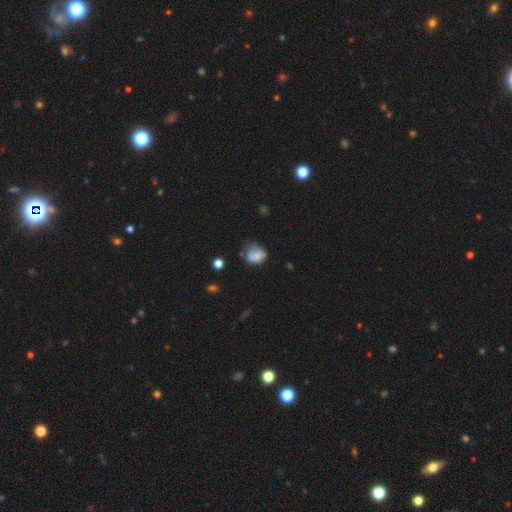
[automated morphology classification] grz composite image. It shows a smooth galaxy with no disk features (67%) that is round (56%). Merging: none (37%).